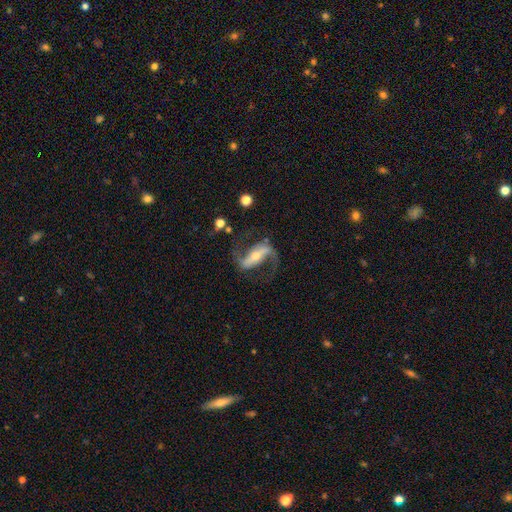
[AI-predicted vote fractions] Morphology: type=featured or disk (89%); edge-on=no (92%); bar=strong (67%); spiral arms=yes (96%); winding=loose (54%); arm count=2 (91%); bulge=small (50%); merging=none (72%).